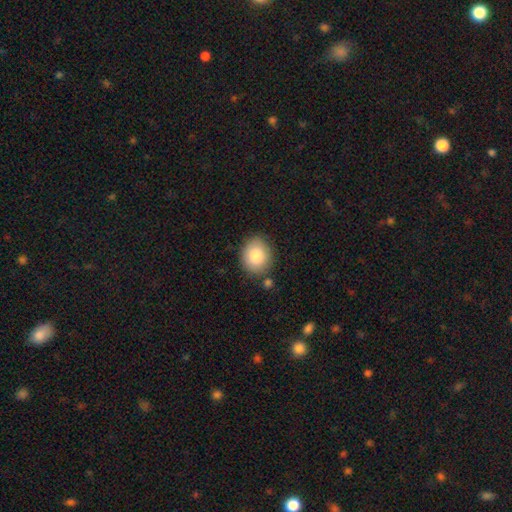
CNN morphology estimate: Overall: smooth (84%). How rounded: round (61%; in between 38%). Merging: none (79%).